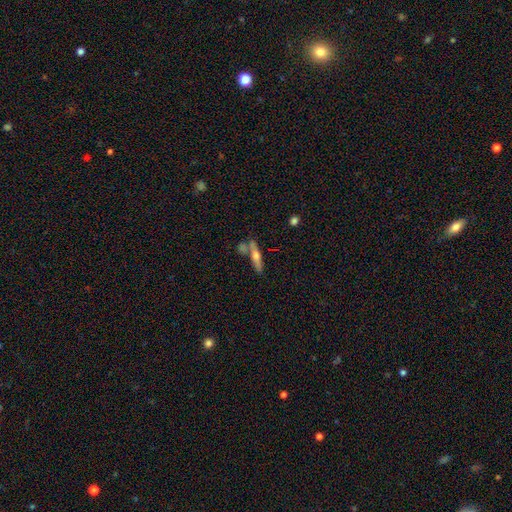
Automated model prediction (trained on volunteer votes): smooth-or-featured: featured or disk: 48% | smooth: 45% | star or artifact: 7%
  merging: none: 60% | merger: 22% | minor disturbance: 13% | major disturbance: 5%